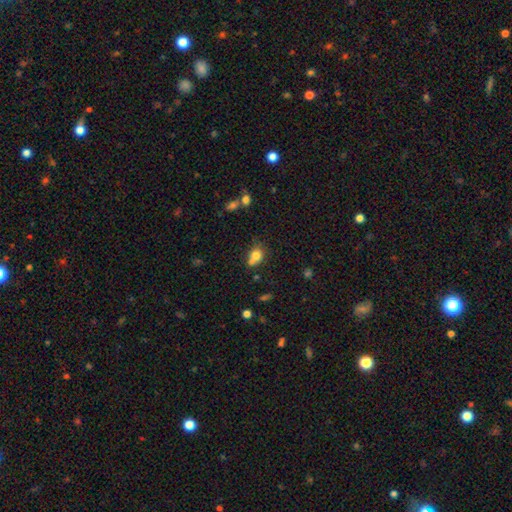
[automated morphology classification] This is likely a smooth galaxy (76%). How rounded: possibly round (59%). Merging: marginally none (41%).